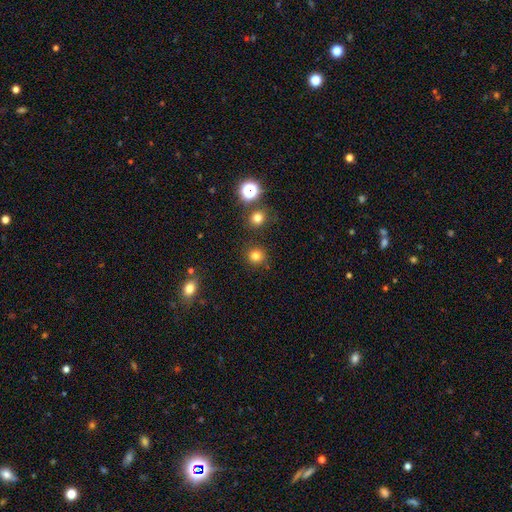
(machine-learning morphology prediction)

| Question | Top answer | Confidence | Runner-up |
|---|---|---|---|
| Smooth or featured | smooth | 79% | star or artifact (16%) |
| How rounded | round | 92% | in between (7%) |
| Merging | none | 87% | minor disturbance (7%) |